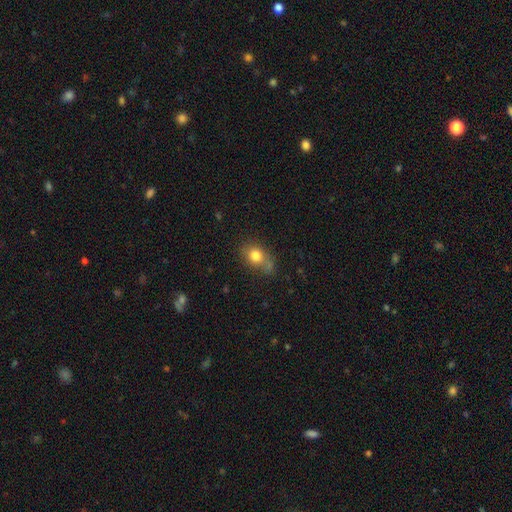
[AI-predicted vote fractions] smooth 79%, featured or disk 11%, star or artifact 11%. Down the decision tree: how rounded — round (50%); merging — none (53%).